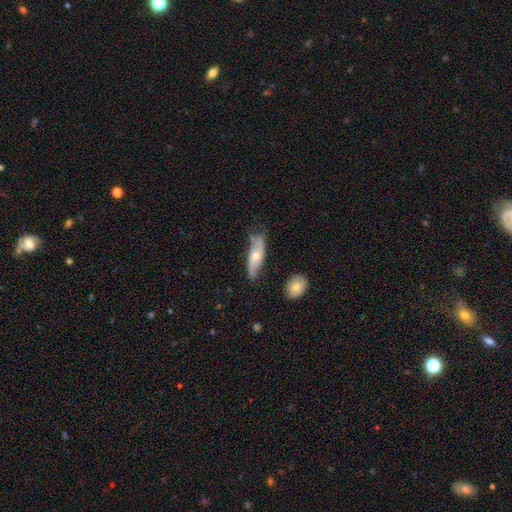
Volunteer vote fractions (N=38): This is possibly a smooth galaxy (58%). How rounded: possibly in between (55%). Merging: marginally minor disturbance (41%).